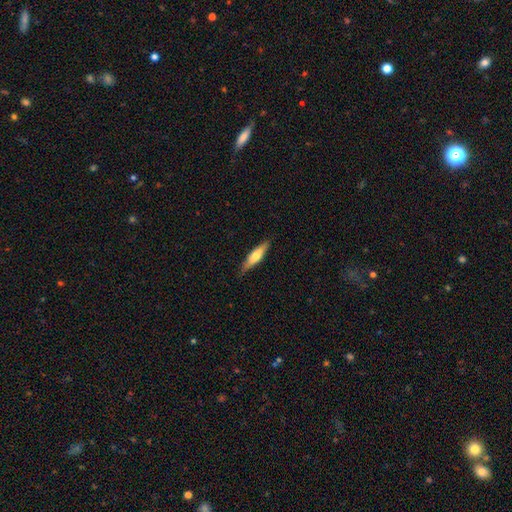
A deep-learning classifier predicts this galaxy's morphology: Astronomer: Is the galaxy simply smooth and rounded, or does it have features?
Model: smooth — 51% (runner-up: featured or disk, 43%).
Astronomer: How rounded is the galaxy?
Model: cigar-shaped — 73%.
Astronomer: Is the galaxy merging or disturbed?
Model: none — 84%.